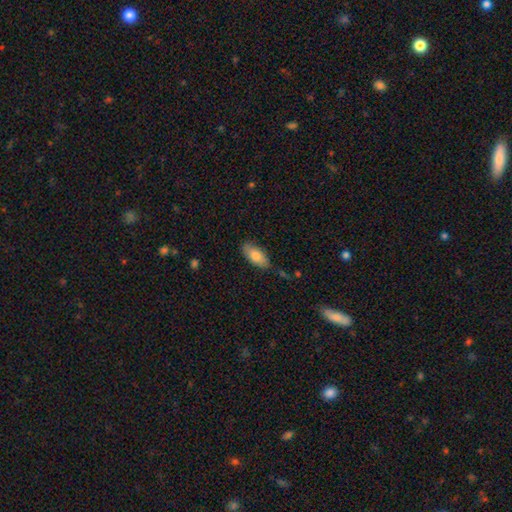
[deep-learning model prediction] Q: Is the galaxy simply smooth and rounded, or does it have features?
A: smooth — 79%.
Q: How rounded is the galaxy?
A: in between — 87%.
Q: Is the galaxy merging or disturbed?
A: none — 78%.